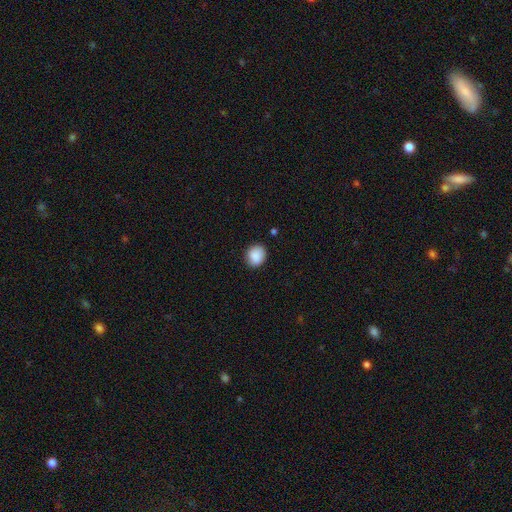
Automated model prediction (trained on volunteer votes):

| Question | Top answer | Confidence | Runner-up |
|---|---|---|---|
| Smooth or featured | smooth | 88% | star or artifact (8%) |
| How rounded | round | 65% | in between (34%) |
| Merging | none | 84% | minor disturbance (12%) |